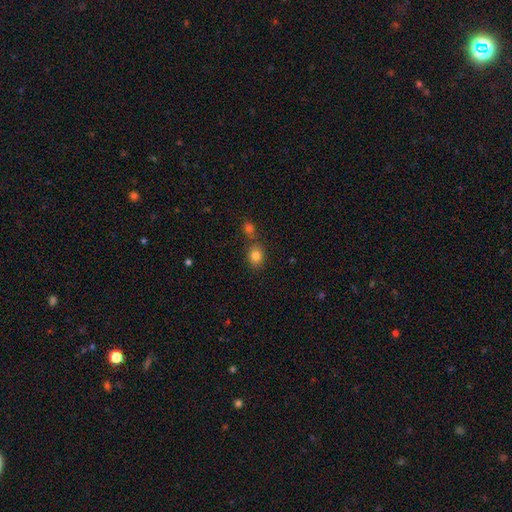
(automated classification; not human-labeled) Smooth or featured? smooth (82%)
How rounded? round (65%)
Merging? none (72%)